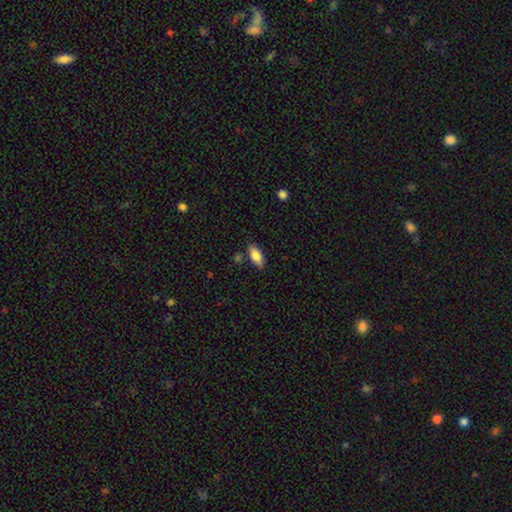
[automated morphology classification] Smooth or featured? smooth (83%)
How rounded? in between (88%)
Merging? none (84%)